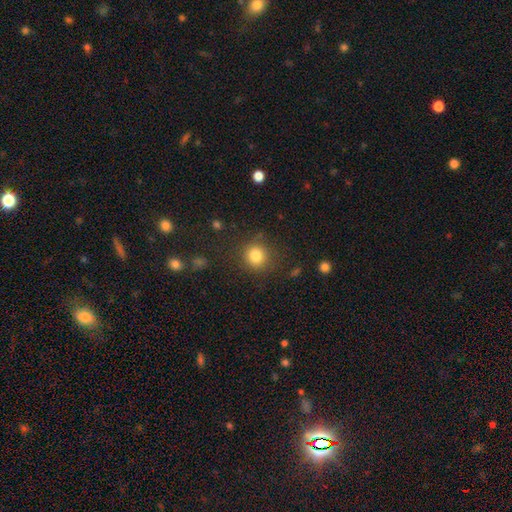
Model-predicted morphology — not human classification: Smooth or featured?
  - smooth: 82% *
  - star or artifact: 12%
  - featured or disk: 6%
How rounded?
  - round: 90% *
  - in between: 9%
  - cigar-shaped: 1%
Merging?
  - none: 84% *
  - minor disturbance: 10%
  - major disturbance: 4%
  - merger: 2%